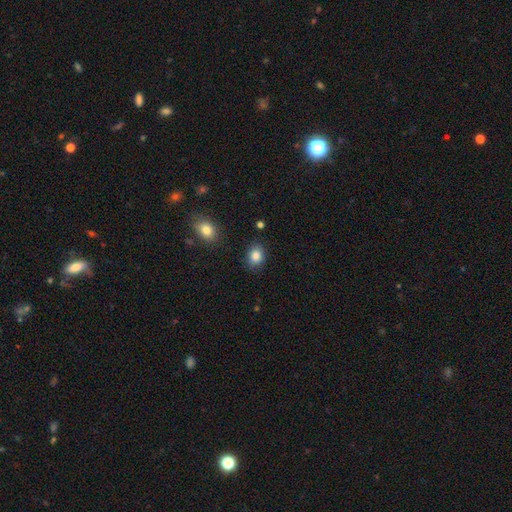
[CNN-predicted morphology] Smooth or featured?
  - smooth: 85% *
  - star or artifact: 9%
  - featured or disk: 5%
How rounded?
  - in between: 55% *
  - round: 44%
  - cigar-shaped: 1%
Merging?
  - none: 84% *
  - minor disturbance: 11%
  - major disturbance: 3%
  - merger: 2%